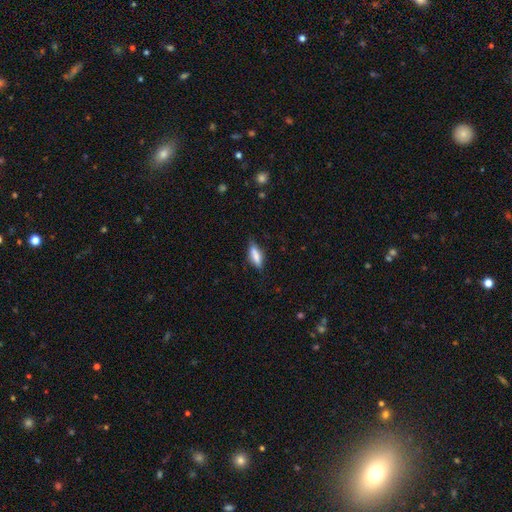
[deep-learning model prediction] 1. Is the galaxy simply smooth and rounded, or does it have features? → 75% smooth, 18% featured or disk, 7% star or artifact.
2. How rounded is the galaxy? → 50% in between, 48% cigar-shaped, 2% round.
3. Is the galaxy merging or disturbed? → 75% none, 19% minor disturbance, 4% major disturbance, 2% merger.